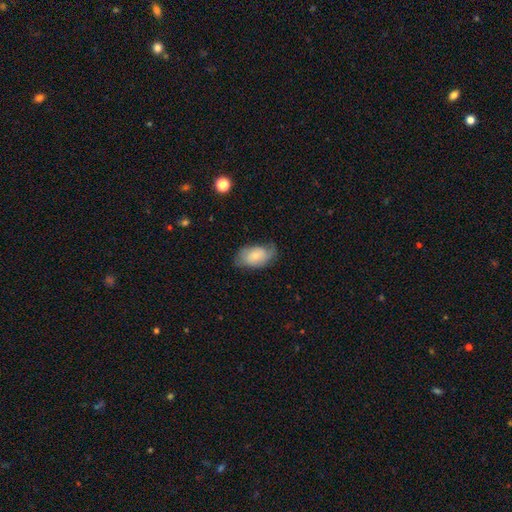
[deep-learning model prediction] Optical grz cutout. It shows a smooth galaxy with no disk features (65%) that is in between round and cigar-shaped (92%). Merging: none (63%).